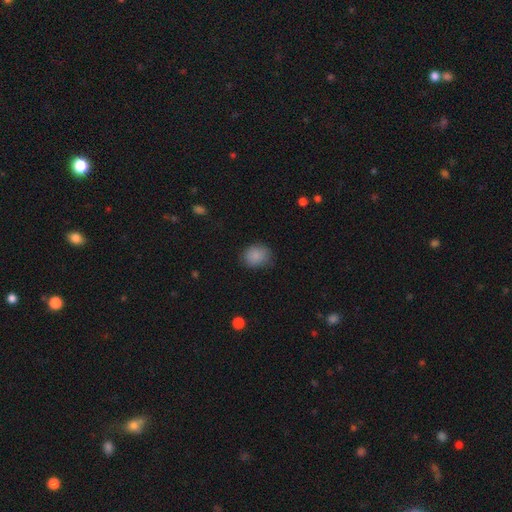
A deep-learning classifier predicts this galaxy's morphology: This is clearly a smooth galaxy (88%). How rounded: possibly round (58%). Merging: likely none (77%).